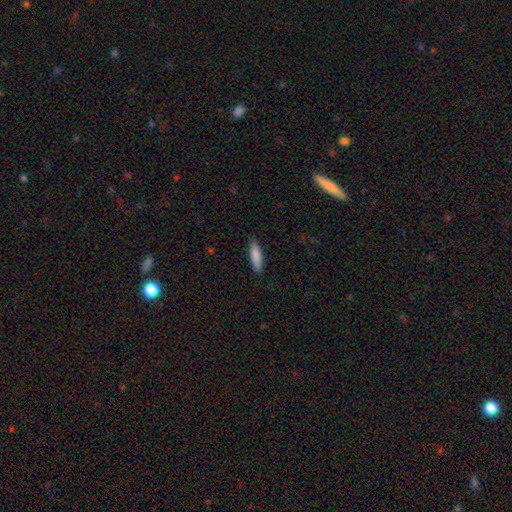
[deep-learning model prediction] This appears to be a smooth galaxy with no disk features (84%) that is cigar-shaped (69%). Merging: none (87%).